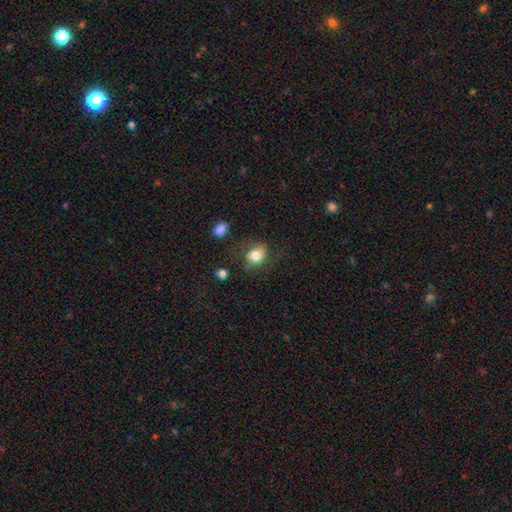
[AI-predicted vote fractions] Smooth or featured: smooth — 80% (featured or disk — 10%)
How rounded: in between — 55% (round — 43%)
Merging: none — 63% (minor disturbance — 23%)